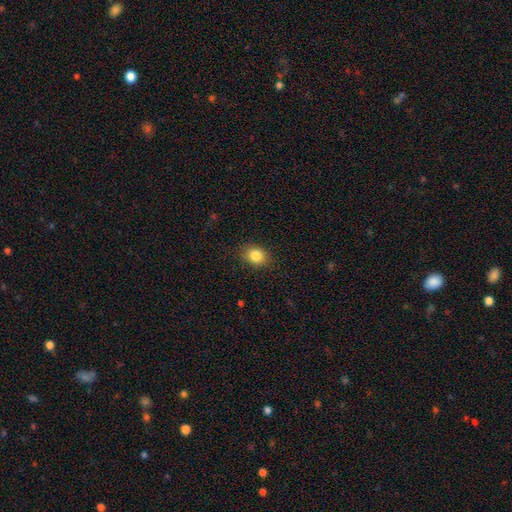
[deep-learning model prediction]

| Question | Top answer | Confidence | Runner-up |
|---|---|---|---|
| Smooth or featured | smooth | 85% | star or artifact (10%) |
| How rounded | round | 56% | in between (43%) |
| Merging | none | 86% | minor disturbance (10%) |